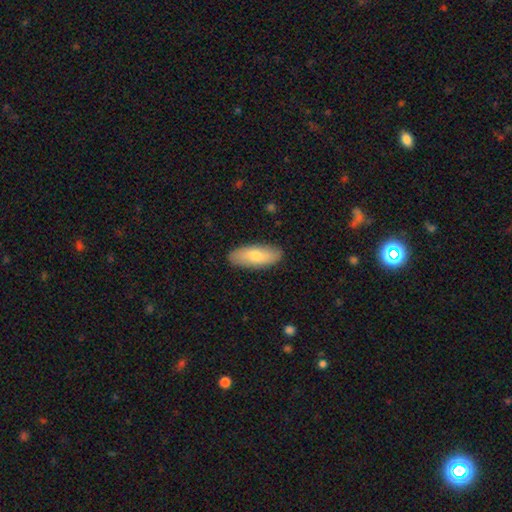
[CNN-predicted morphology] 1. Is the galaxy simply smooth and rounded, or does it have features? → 75% smooth, 20% featured or disk, 5% star or artifact.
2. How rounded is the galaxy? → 78% in between, 20% cigar-shaped, 2% round.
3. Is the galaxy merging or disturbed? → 89% none, 9% minor disturbance, 2% major disturbance, 1% merger.